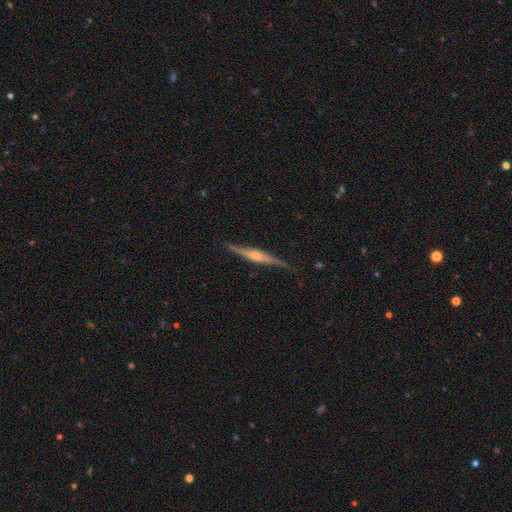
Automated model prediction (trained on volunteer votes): Smooth or featured: featured or disk — 74% (smooth — 20%)
Edge-on disk: yes — 97% (no — 3%)
Edge-on bulge: rounded — 65% (boxy — 20%)
Merging: none — 83% (minor disturbance — 13%)